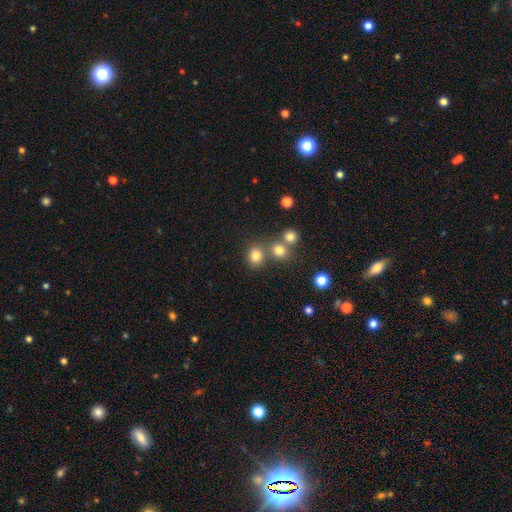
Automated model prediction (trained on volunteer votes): A smooth galaxy with no disk features (79%) that is round (74%). Merging: none (66%).